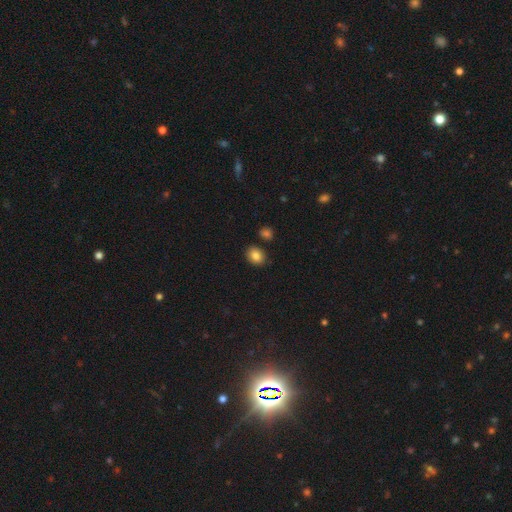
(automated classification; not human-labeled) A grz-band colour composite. It shows a smooth galaxy with no disk features (85%) that is in between round and cigar-shaped (51%). Merging: none (82%).